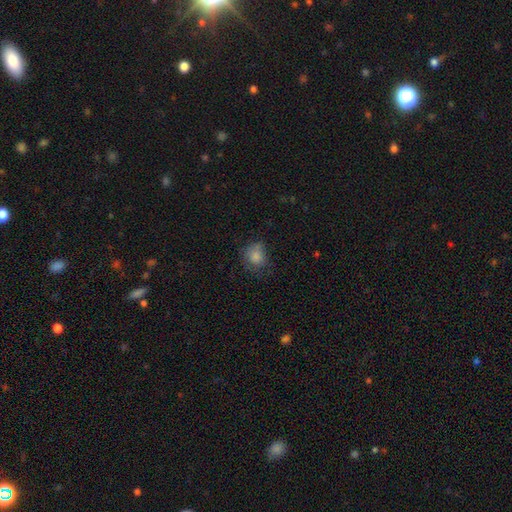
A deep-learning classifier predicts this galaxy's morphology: A smooth galaxy with no disk features (81%) that is round (68%). Merging: none (57%).